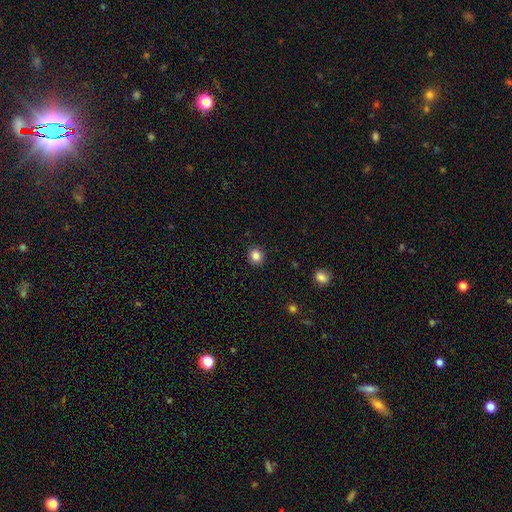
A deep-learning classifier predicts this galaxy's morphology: Smooth or featured? smooth (85%)
How rounded? round (87%)
Merging? none (91%)